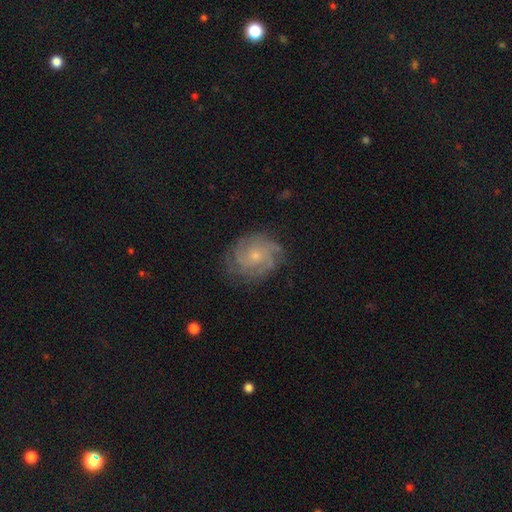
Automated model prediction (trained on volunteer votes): featured or disk 80%, smooth 13%, star or artifact 7%. Down the decision tree: edge-on disk — no (98%); bar — no (78%); spiral arms — yes (95%); spiral arm count — can't tell (29%); spiral winding — tight (62%); bulge size — small (69%); merging — none (77%).